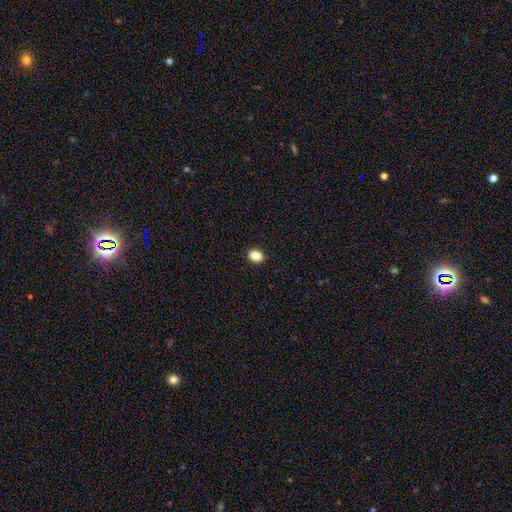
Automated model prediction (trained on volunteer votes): This is clearly a smooth galaxy (87%). How rounded: likely in between (65%). Merging: clearly none (91%).